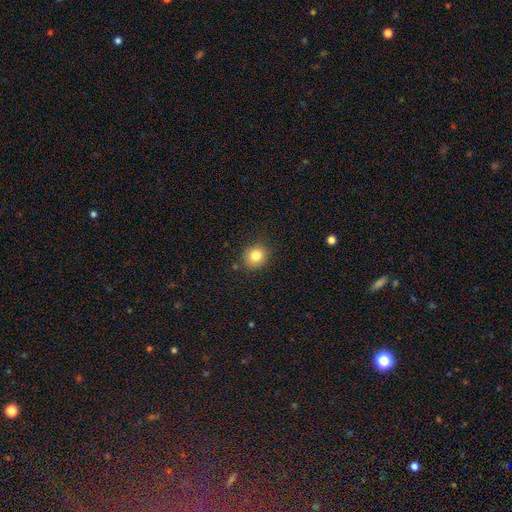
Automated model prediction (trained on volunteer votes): Smooth or featured? smooth (83%)
How rounded? round (80%)
Merging? none (86%)